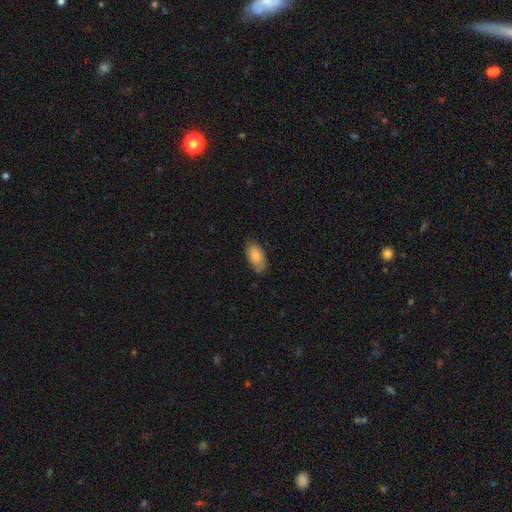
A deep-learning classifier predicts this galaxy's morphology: This appears to be a smooth galaxy with no disk features (79%) that is in between round and cigar-shaped (94%). Merging: none (68%).